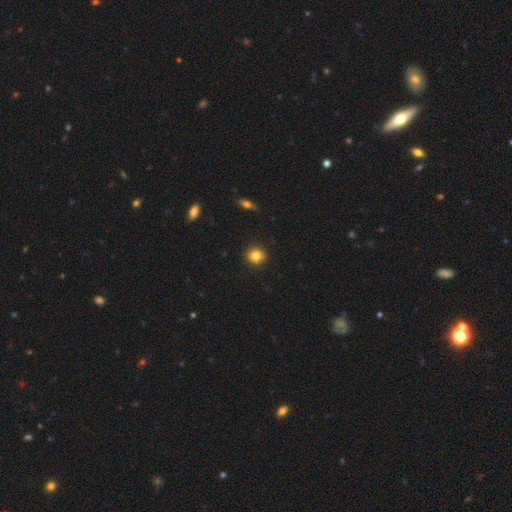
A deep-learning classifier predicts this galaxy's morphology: smooth_or_featured: smooth (p=0.82) [alt: star or artifact p=0.11]
how_rounded: round (p=0.84) [alt: in between p=0.15]
merging: none (p=0.87) [alt: minor disturbance p=0.10]